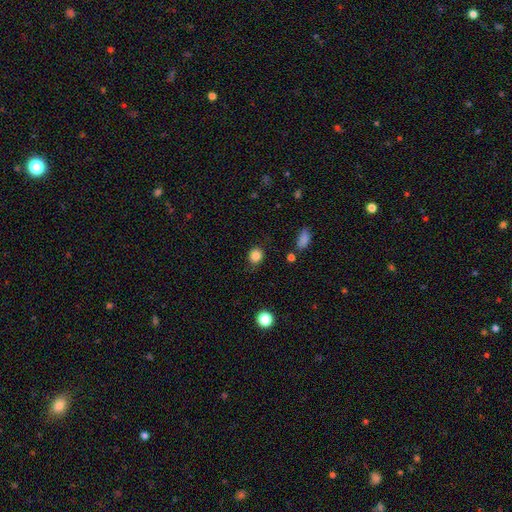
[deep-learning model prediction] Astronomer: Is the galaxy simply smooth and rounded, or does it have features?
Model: smooth — 85%.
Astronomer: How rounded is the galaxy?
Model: round — 76%.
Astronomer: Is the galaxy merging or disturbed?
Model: none — 80%.